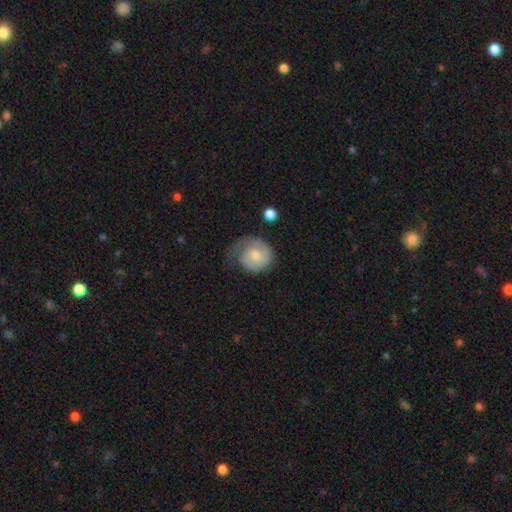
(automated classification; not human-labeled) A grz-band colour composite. It shows a featured or disk galaxy (53%) with no bar (71%), spiral arms (84%) and a moderate central bulge (50%). Merging: none (43%).